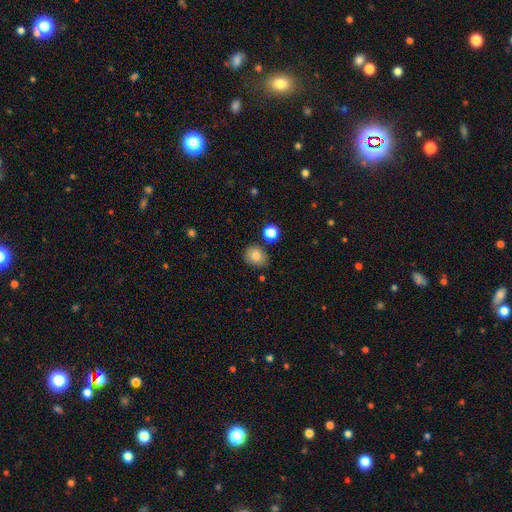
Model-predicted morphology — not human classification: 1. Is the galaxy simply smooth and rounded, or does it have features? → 81% smooth, 10% star or artifact, 9% featured or disk.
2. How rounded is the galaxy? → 62% round, 37% in between, 1% cigar-shaped.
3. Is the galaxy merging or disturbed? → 77% none, 14% minor disturbance, 5% merger, 3% major disturbance.